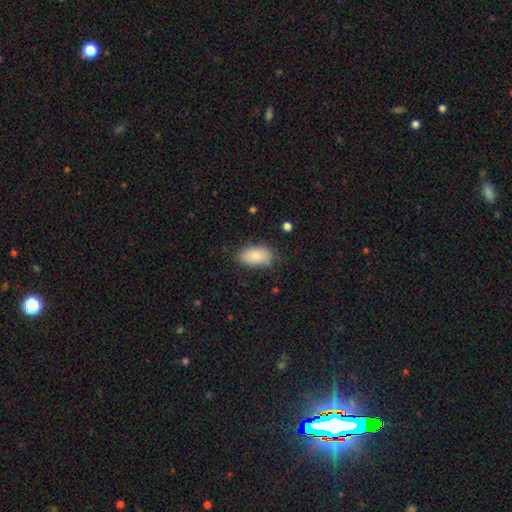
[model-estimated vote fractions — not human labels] smooth 86%, featured or disk 7%, star or artifact 7%. Down the decision tree: how rounded — in between (94%); merging — none (78%).